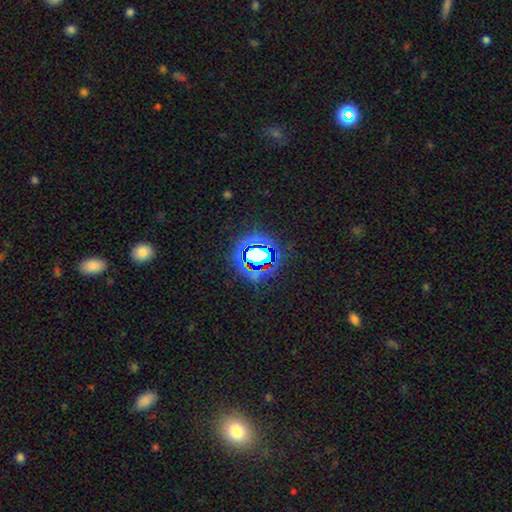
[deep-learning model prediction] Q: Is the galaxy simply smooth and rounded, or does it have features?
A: star or artifact — 67%.